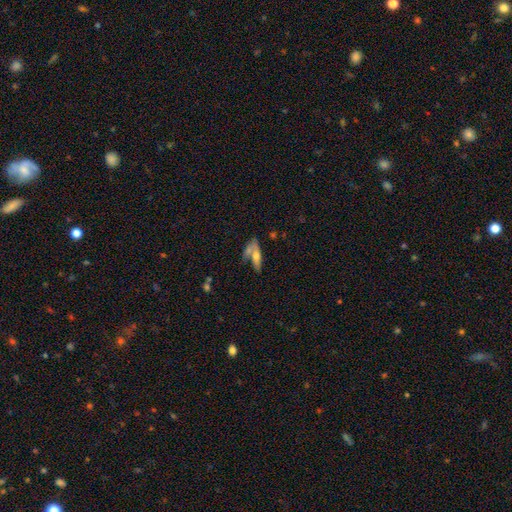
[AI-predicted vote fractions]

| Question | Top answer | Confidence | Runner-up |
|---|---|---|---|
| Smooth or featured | smooth | 54% | featured or disk (39%) |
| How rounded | cigar-shaped | 49% | in between (48%) |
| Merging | none | 41% | merger (33%) |